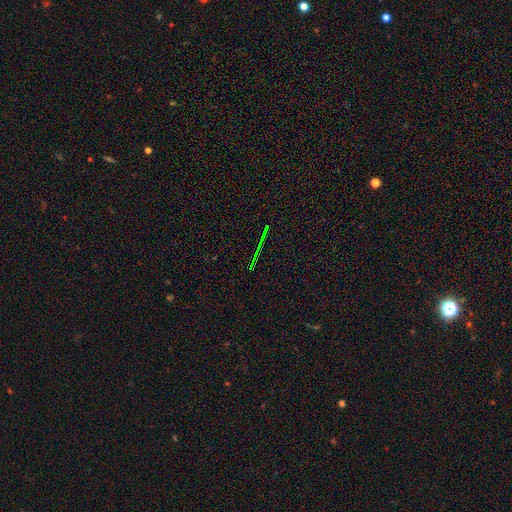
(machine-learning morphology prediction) star or artifact 79%, featured or disk 13%, smooth 9%.